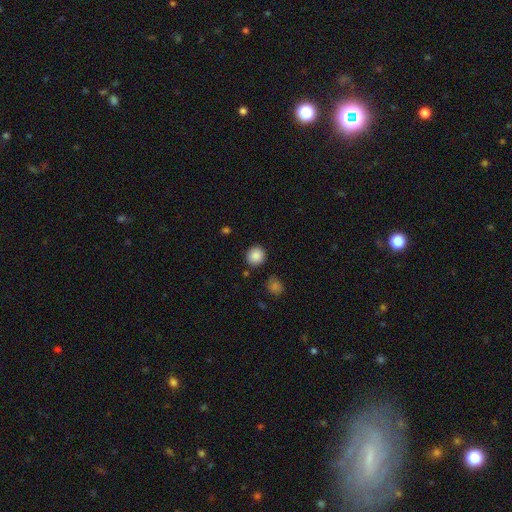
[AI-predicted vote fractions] A smooth galaxy with no disk features (88%) that is round (91%).

Vote fractions:
- Smooth or featured? smooth: 88% / star or artifact: 9% / featured or disk: 3%
- How rounded? round: 91% / in between: 8% / cigar-shaped: 1%
- Merging? none: 88% / minor disturbance: 7% / merger: 3% / major disturbance: 2%